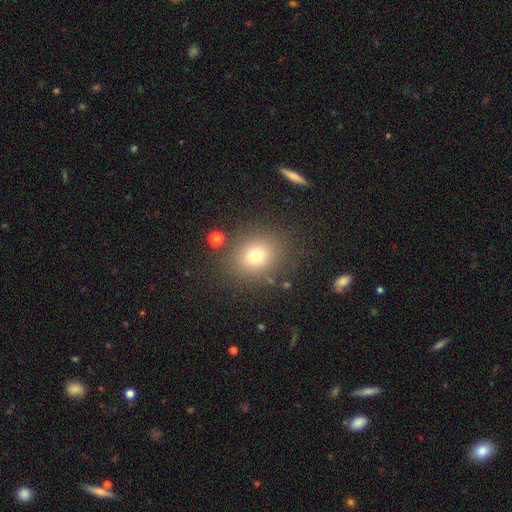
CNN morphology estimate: A smooth galaxy with no disk features (74%) that is round (70%). Merging: none (82%).